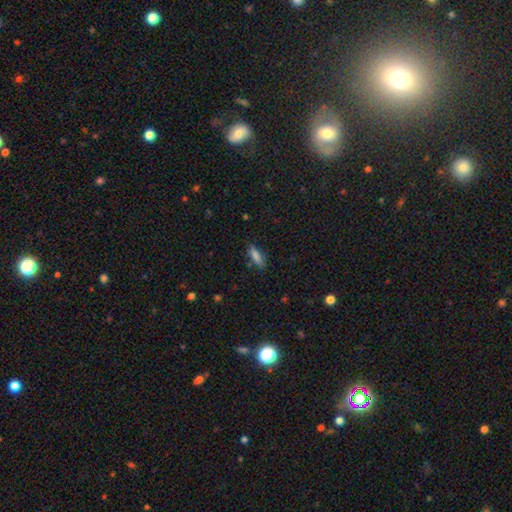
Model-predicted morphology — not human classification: Smooth or featured? Predicted: smooth (p=0.80). How rounded? Predicted: cigar-shaped (p=0.50). Merging? Predicted: none (p=0.77).